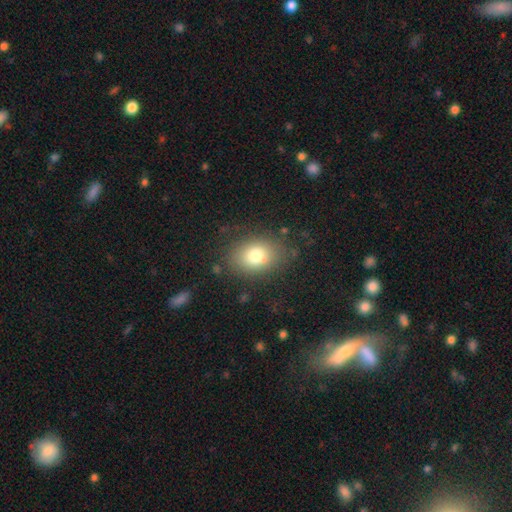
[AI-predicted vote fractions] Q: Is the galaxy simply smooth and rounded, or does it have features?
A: smooth — 77%.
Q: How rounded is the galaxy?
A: in between — 67%.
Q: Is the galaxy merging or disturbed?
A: none — 78%.